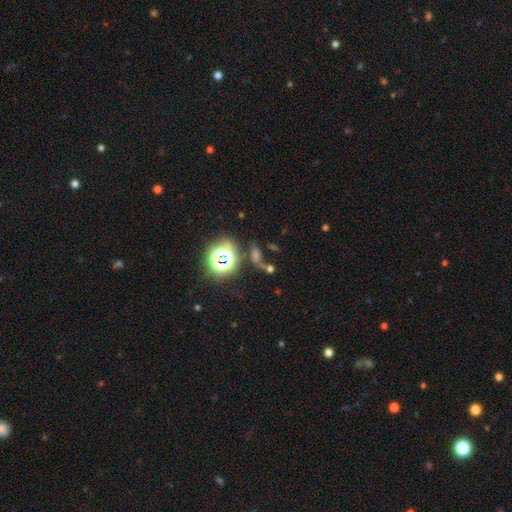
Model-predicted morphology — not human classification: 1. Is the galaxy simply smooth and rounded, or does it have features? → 56% star or artifact, 27% smooth, 16% featured or disk.